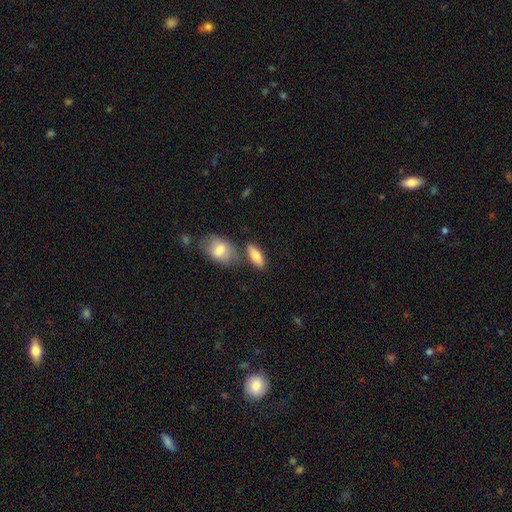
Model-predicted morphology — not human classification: Smooth or featured? Predicted: smooth (p=0.78). How rounded? Predicted: in between (p=0.77). Merging? Predicted: none (p=0.62).